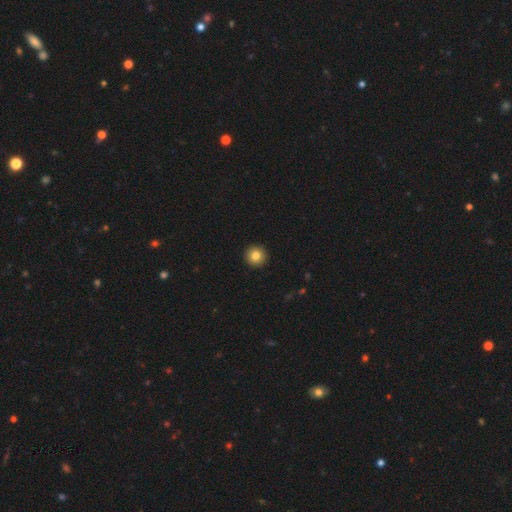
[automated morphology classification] type=smooth (82%); roundness=round (96%); merging=none (94%).